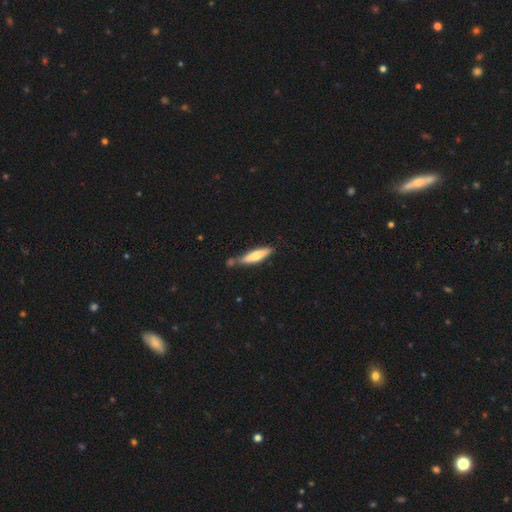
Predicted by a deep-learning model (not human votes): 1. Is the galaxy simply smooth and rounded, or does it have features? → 62% smooth, 33% featured or disk, 5% star or artifact.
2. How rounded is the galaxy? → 77% cigar-shaped, 21% in between, 1% round.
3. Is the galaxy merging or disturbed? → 65% none, 18% minor disturbance, 13% merger, 4% major disturbance.